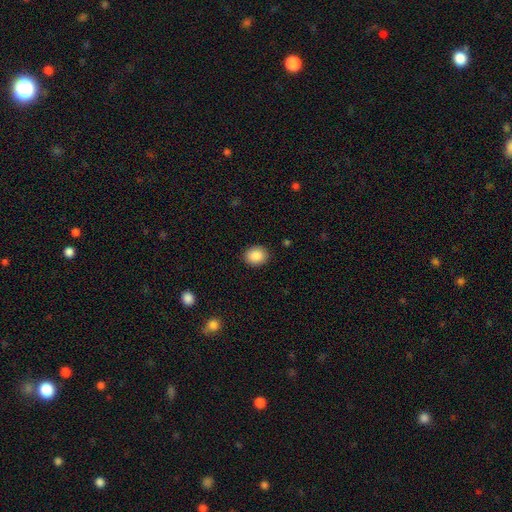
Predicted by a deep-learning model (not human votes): Smooth or featured: smooth — 88% (star or artifact — 8%)
How rounded: round — 63% (in between — 36%)
Merging: none — 90% (minor disturbance — 7%)